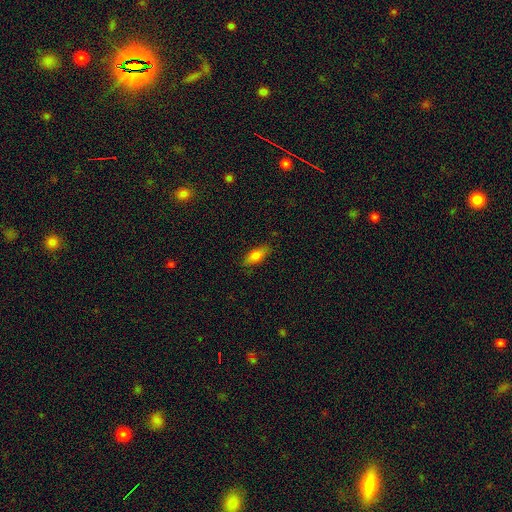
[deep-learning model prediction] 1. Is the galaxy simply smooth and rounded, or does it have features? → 77% smooth, 15% featured or disk, 8% star or artifact.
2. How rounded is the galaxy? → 76% in between, 20% cigar-shaped, 3% round.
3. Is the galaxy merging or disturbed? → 84% none, 12% minor disturbance, 2% major disturbance, 1% merger.